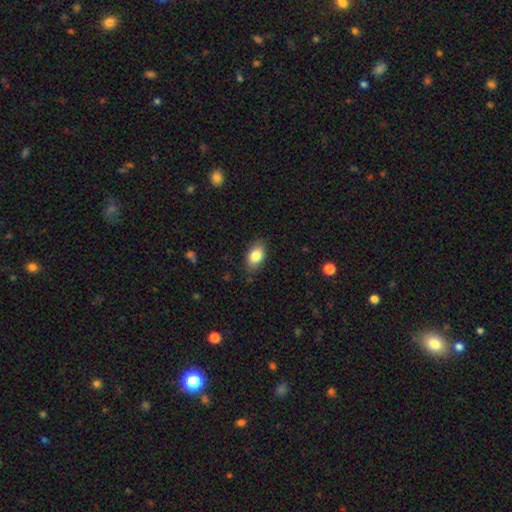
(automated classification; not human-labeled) A smooth galaxy with no disk features (84%) that is in between round and cigar-shaped (88%).

Vote fractions:
- Smooth or featured? smooth: 84% / featured or disk: 9% / star or artifact: 7%
- How rounded? in between: 88% / round: 10% / cigar-shaped: 2%
- Merging? none: 82% / minor disturbance: 14% / major disturbance: 3% / merger: 1%